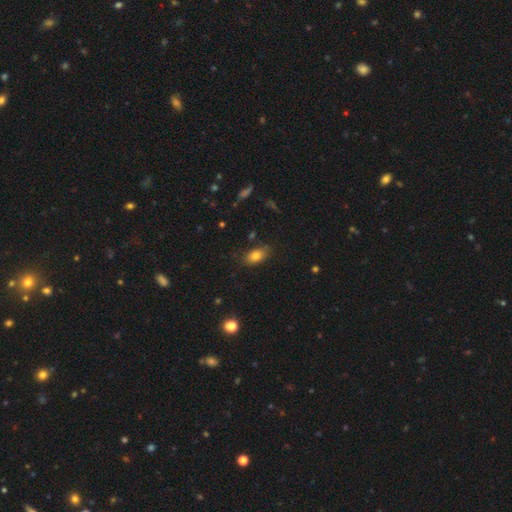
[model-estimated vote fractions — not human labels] Smooth or featured? Predicted: smooth (p=0.80). How rounded? Predicted: in between (p=0.86). Merging? Predicted: none (p=0.76).